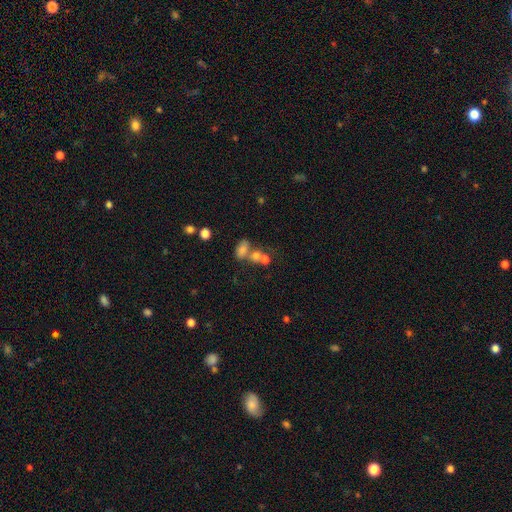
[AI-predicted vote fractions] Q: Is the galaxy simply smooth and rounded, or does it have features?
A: smooth — 66%.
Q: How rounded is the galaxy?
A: in between — 63%.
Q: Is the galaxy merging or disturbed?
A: merger — 50%.